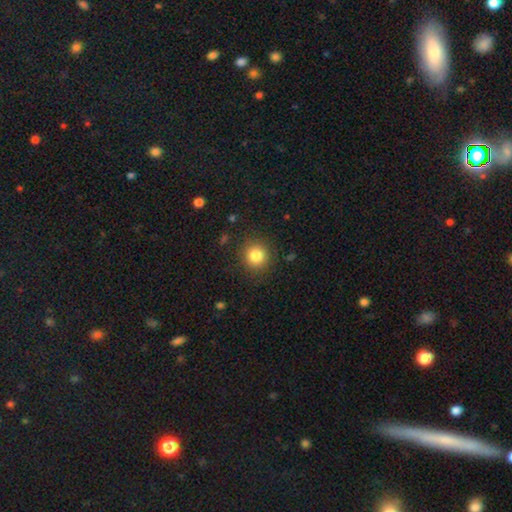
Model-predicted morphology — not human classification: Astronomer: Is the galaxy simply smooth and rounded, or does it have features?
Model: smooth — 84%.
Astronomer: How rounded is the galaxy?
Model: round — 91%.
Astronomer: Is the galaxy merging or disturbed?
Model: none — 89%.